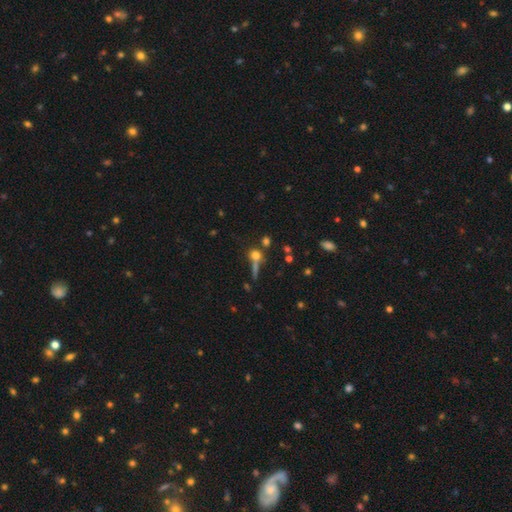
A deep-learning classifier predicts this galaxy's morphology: smooth-or-featured: smooth: 64% | star or artifact: 19% | featured or disk: 17%
  how-rounded: round: 77% | in between: 14% | cigar-shaped: 9%
  merging: none: 55% | merger: 25% | minor disturbance: 11% | major disturbance: 9%